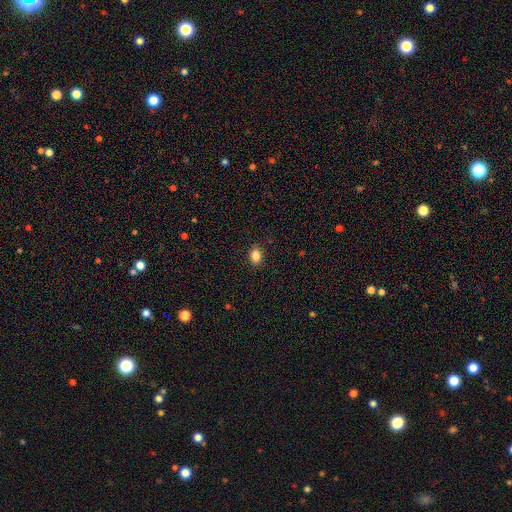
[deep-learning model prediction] Overall: smooth (84%). How rounded: in between (73%). Merging: none (87%).